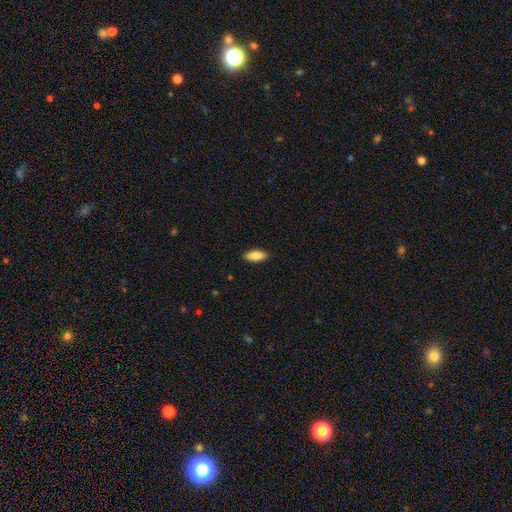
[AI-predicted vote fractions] The model was most divided on "how rounded": in between: 79%, cigar-shaped: 19%, round: 2%. More confident: merging — none (89%); smooth or featured — smooth (85%).